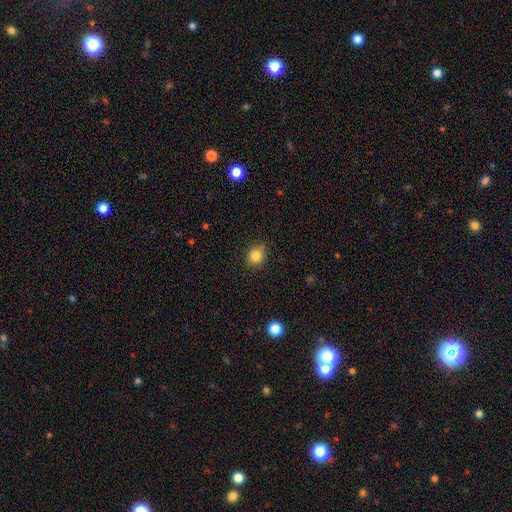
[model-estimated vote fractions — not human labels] Smooth or featured? Predicted: smooth (p=0.83). How rounded? Predicted: round (p=0.74). Merging? Predicted: none (p=0.80).